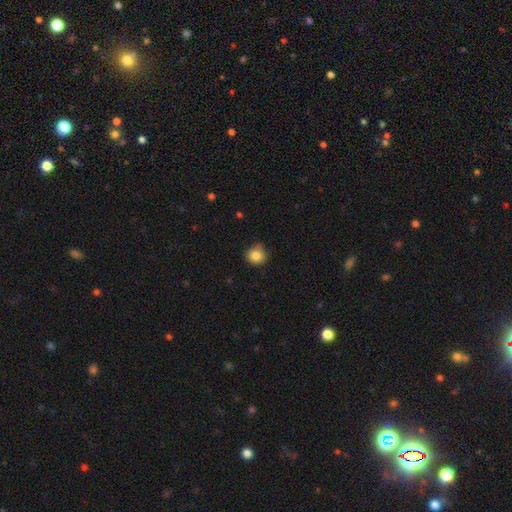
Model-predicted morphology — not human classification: Smooth or featured? smooth (83%)
How rounded? round (90%)
Merging? none (73%)